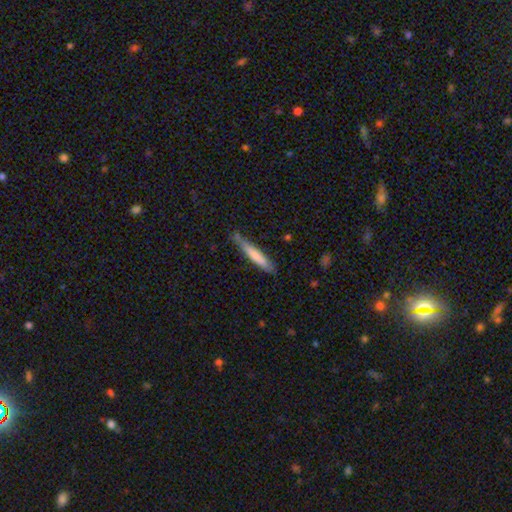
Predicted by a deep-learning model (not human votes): This is likely a smooth galaxy (71%). How rounded: clearly cigar-shaped (93%). Merging: likely none (73%).